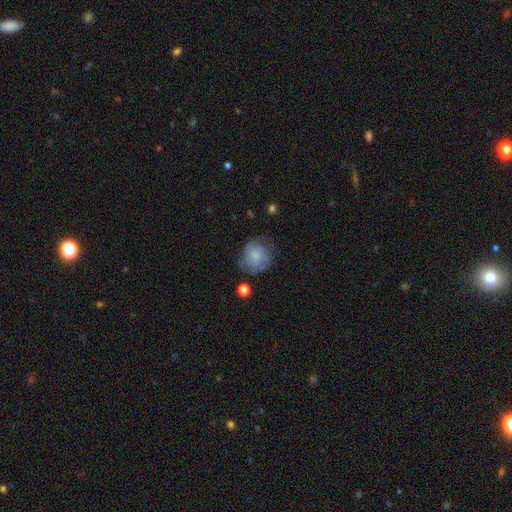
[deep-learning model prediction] Smooth or featured: smooth — 66% (featured or disk — 25%)
How rounded: round — 81% (in between — 18%)
Merging: none — 60% (minor disturbance — 25%)